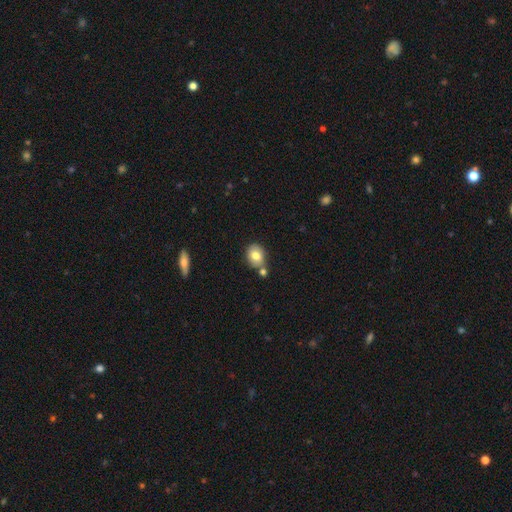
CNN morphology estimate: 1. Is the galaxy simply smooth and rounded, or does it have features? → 78% smooth, 13% featured or disk, 9% star or artifact.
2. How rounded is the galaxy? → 54% in between, 44% round, 1% cigar-shaped.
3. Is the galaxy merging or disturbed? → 64% none, 18% merger, 15% minor disturbance, 3% major disturbance.